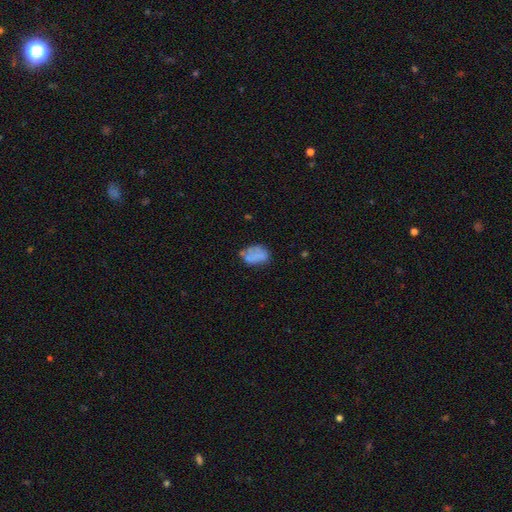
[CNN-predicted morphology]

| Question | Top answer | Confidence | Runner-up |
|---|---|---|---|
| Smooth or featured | smooth | 65% | featured or disk (25%) |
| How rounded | in between | 79% | round (19%) |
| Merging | none | 49% | minor disturbance (28%) |